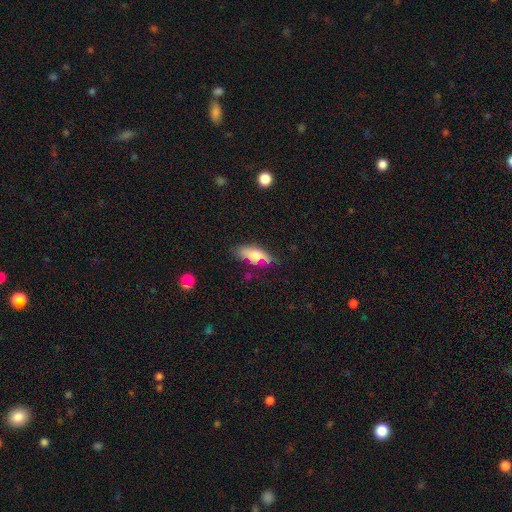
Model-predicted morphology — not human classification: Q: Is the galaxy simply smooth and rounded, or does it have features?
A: smooth — 62%.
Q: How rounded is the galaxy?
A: in between — 66%.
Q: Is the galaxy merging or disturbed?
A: none — 59%.